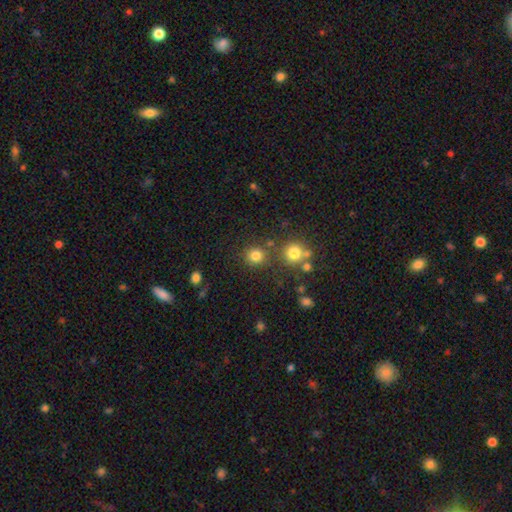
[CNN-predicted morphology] Q: Smooth or featured?
A: smooth (81%); runner-up: star or artifact (14%)
Q: How rounded?
A: round (88%); runner-up: in between (11%)
Q: Merging?
A: none (78%); runner-up: merger (10%)